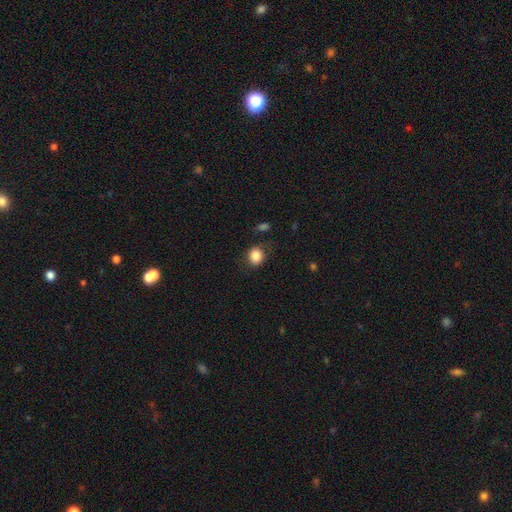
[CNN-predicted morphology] Smooth or featured? Predicted: smooth (p=0.85). How rounded? Predicted: round (p=0.73). Merging? Predicted: none (p=0.73).